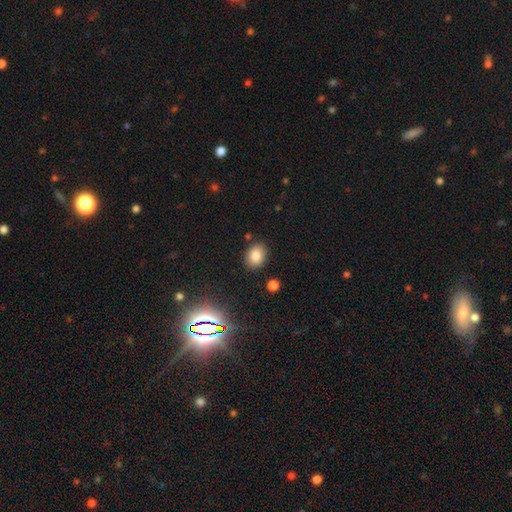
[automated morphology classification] The model was most divided on "how rounded": in between: 60%, round: 39%, cigar-shaped: 1%. More confident: merging — none (86%); smooth or featured — smooth (81%).